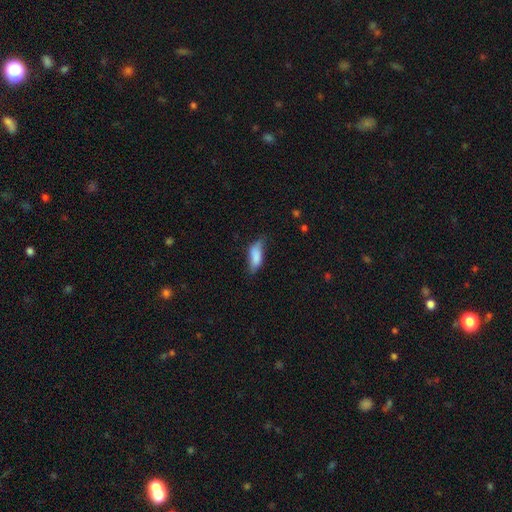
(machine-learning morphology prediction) This is likely a smooth galaxy (80%). How rounded: likely in between (76%). Merging: possibly none (49%).